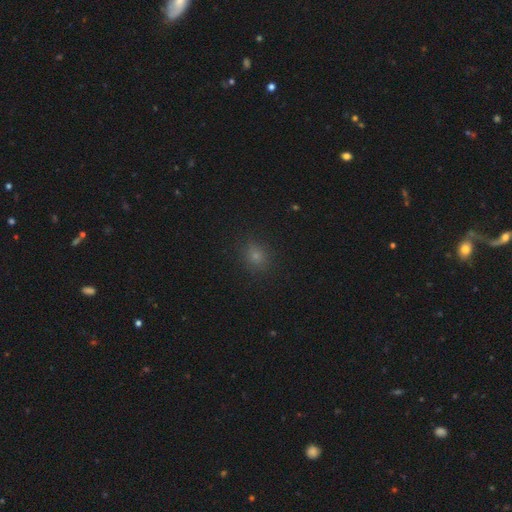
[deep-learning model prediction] Smooth or featured? smooth (72%)
How rounded? round (72%)
Merging? none (89%)